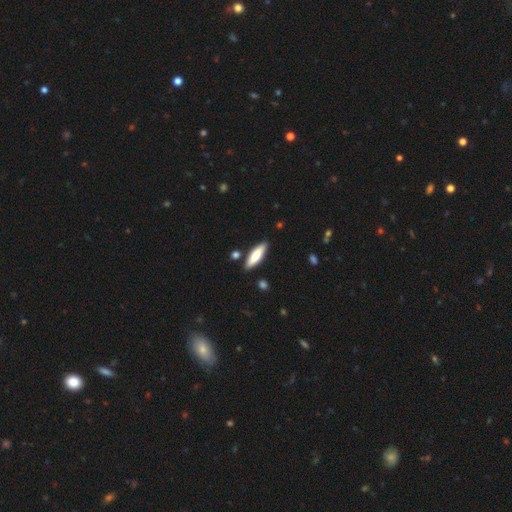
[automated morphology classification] smooth_or_featured: smooth (p=0.74) [alt: featured or disk p=0.20]
how_rounded: cigar-shaped (p=0.57) [alt: in between p=0.41]
merging: none (p=0.85) [alt: minor disturbance p=0.09]